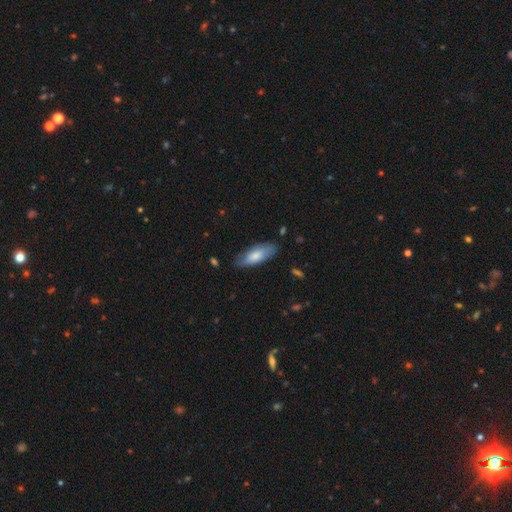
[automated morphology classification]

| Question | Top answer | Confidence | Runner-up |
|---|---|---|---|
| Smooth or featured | smooth | 75% | featured or disk (20%) |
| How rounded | in between | 69% | cigar-shaped (29%) |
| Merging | none | 76% | minor disturbance (19%) |